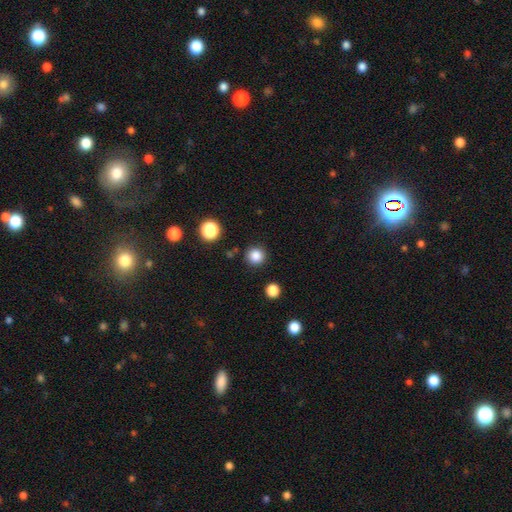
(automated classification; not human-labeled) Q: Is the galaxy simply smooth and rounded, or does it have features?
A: smooth — 85%.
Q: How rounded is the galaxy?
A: round — 94%.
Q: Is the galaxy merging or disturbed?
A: none — 89%.